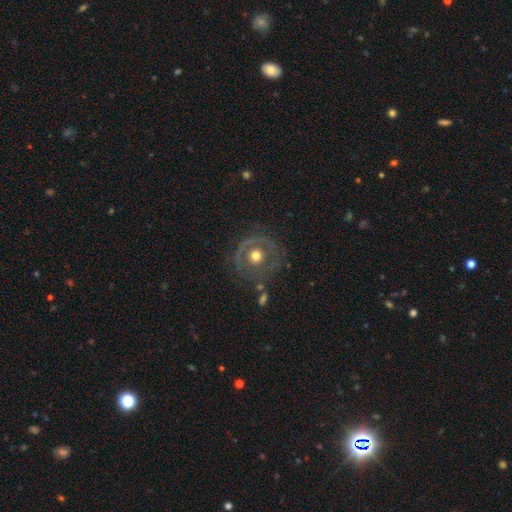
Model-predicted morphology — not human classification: Smooth or featured? featured or disk (49%)
Merging? none (69%)